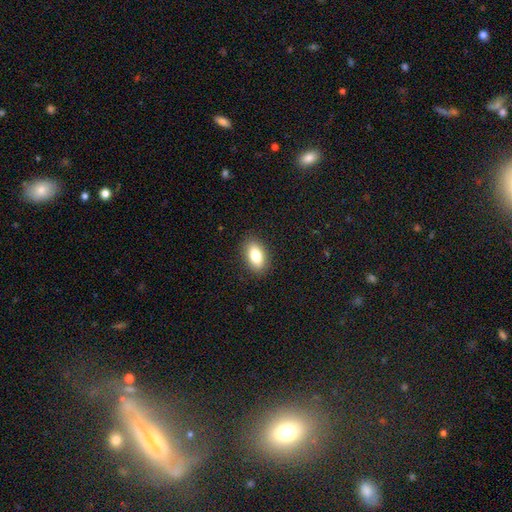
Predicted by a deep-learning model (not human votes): smooth_or_featured: smooth (p=0.82) [alt: featured or disk p=0.10]
how_rounded: in between (p=0.90) [alt: round p=0.06]
merging: none (p=0.88) [alt: minor disturbance p=0.09]